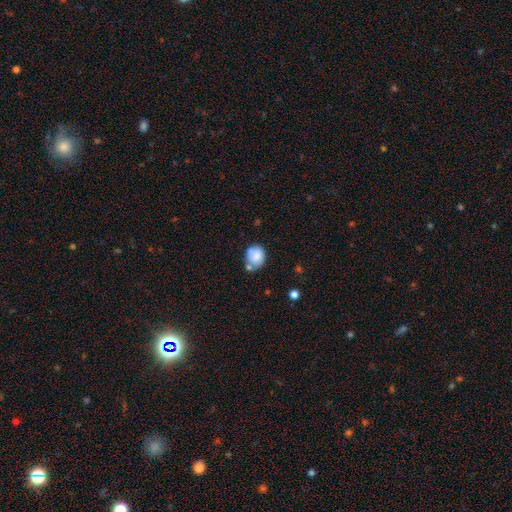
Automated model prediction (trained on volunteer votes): smooth_or_featured: smooth (p=0.74) [alt: featured or disk p=0.17]
how_rounded: round (p=0.55) [alt: in between p=0.44]
merging: none (p=0.47) [alt: minor disturbance p=0.26]